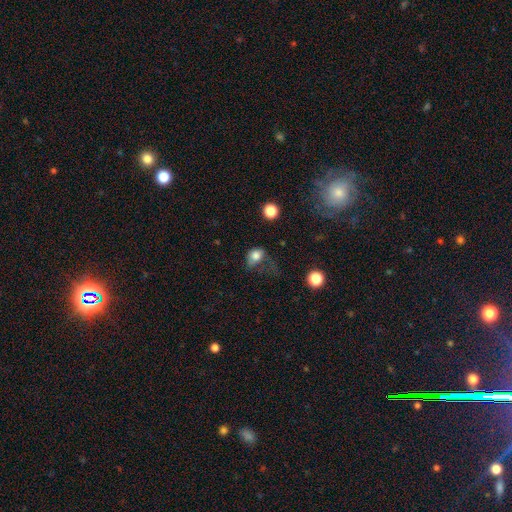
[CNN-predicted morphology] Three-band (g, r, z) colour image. It shows a smooth galaxy with no disk features (77%) that is in between round and cigar-shaped (56%). Merging: major disturbance (47%).